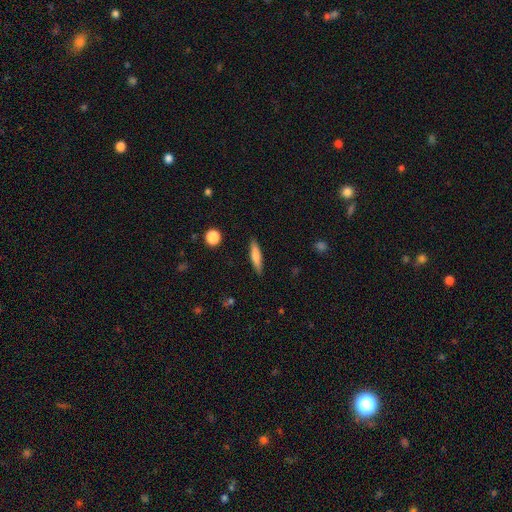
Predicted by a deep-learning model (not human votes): This is likely a smooth galaxy (74%). How rounded: clearly cigar-shaped (83%). Merging: clearly none (88%).